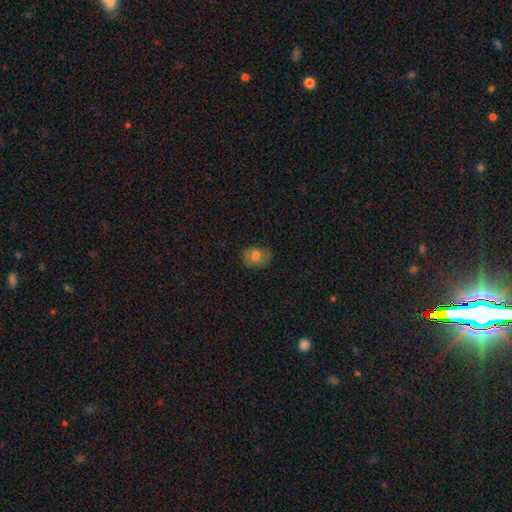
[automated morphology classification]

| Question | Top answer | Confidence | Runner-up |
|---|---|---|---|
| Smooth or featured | smooth | 73% | featured or disk (17%) |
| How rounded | in between | 56% | round (43%) |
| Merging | none | 80% | minor disturbance (16%) |